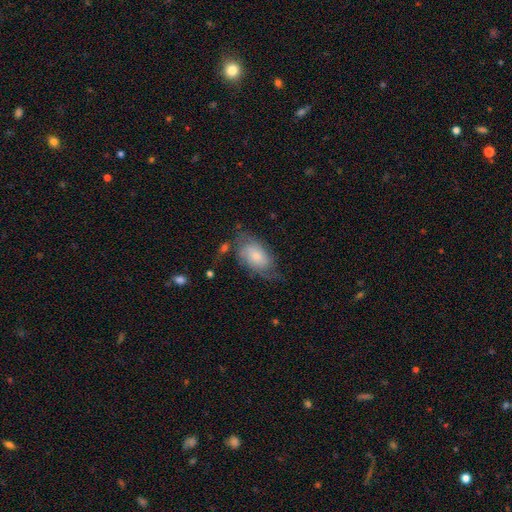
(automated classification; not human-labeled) This appears to be a smooth galaxy with no disk features (51%) that is in between round and cigar-shaped (91%). Merging: none (47%).